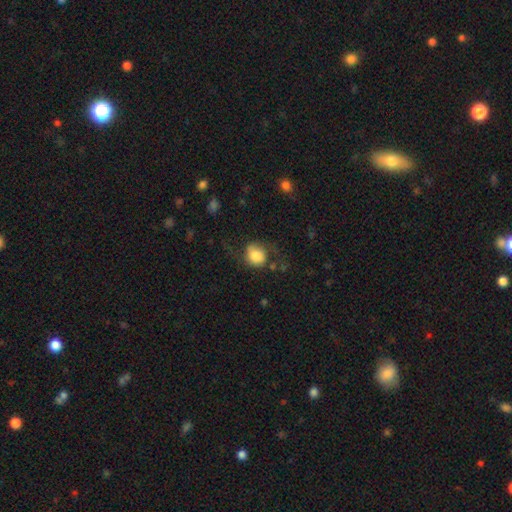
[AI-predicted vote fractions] This is likely a smooth galaxy (73%). How rounded: likely round (66%). Merging: possibly none (53%).